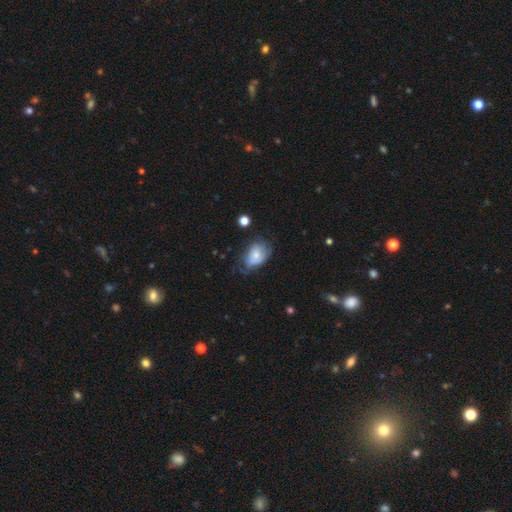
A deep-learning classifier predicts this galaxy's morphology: A smooth galaxy with no disk features (54%) that is in between round and cigar-shaped (84%). Merging: none (44%).